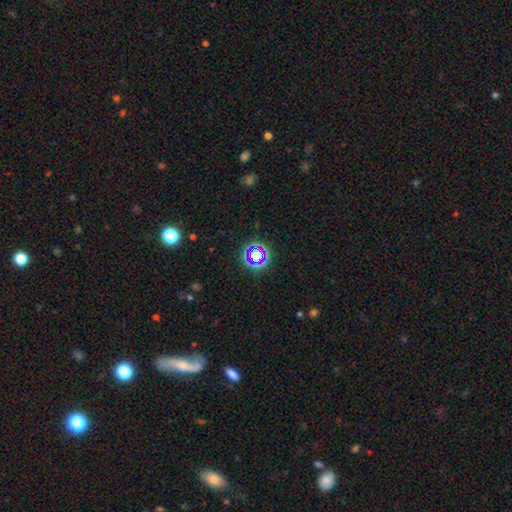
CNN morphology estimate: Overall: star or artifact (62%; smooth 26%).